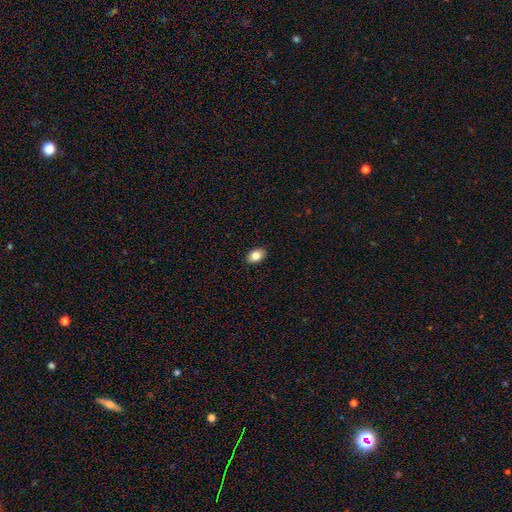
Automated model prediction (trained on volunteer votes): A smooth galaxy with no disk features (85%) that is in between round and cigar-shaped (83%). Merging: none (90%).